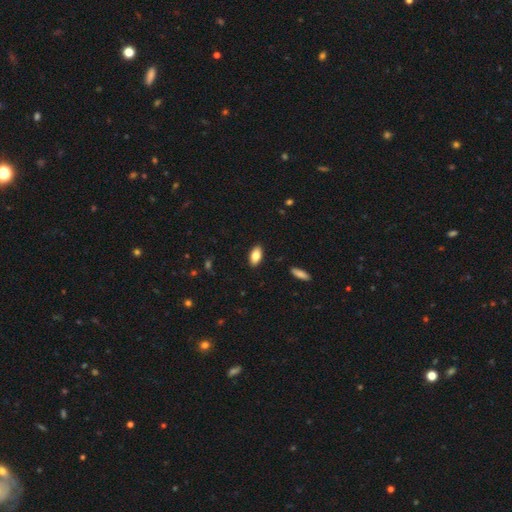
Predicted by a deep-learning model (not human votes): smooth-or-featured: smooth: 81% | featured or disk: 12% | star or artifact: 7%
  how-rounded: in between: 91% | cigar-shaped: 5% | round: 3%
  merging: none: 89% | minor disturbance: 8% | major disturbance: 2% | merger: 1%